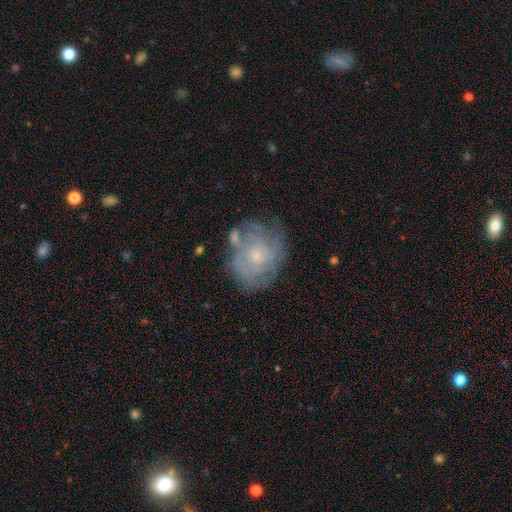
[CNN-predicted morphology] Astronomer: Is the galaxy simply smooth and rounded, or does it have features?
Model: featured or disk — 69%.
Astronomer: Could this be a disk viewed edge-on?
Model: no — 97%.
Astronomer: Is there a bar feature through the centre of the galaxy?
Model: no — 81%.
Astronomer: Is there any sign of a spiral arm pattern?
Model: yes — 80%.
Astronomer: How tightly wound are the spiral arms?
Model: tight — 66%.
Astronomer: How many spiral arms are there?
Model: can't tell — 55%.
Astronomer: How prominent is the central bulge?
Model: small — 70%.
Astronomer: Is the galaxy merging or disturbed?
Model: none — 64%.